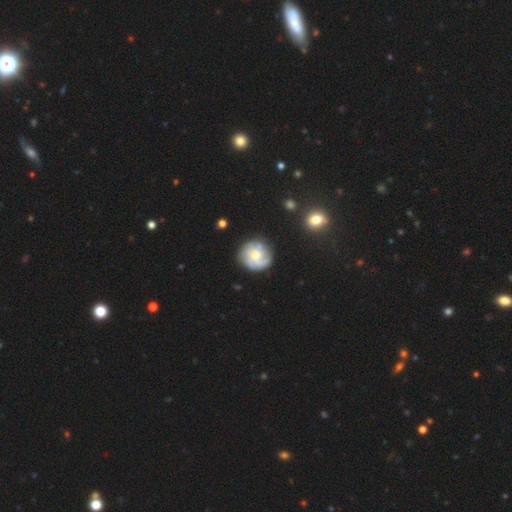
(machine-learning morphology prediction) Smooth or featured: featured or disk — 64% (smooth — 29%)
Edge-on disk: no — 98% (yes — 2%)
Bar: no — 74% (weak — 23%)
Spiral arms: yes — 85% (no — 15%)
Spiral winding: tight — 56% (medium — 31%)
Spiral arm count: can't tell — 37% (2 — 22%)
Bulge size: moderate — 57% (small — 30%)
Merging: none — 72% (minor disturbance — 18%)